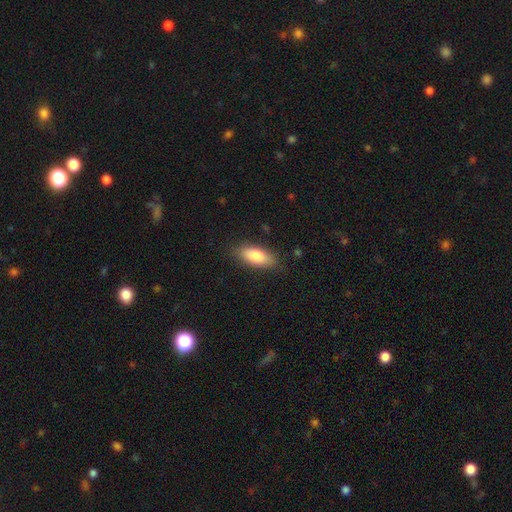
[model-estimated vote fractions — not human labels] Smooth or featured? Predicted: smooth (p=0.81). How rounded? Predicted: in between (p=0.82). Merging? Predicted: none (p=0.83).